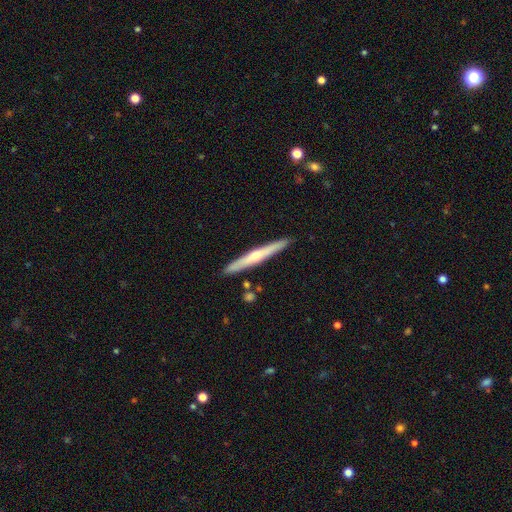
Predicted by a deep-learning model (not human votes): Smooth or featured? featured or disk (59%)
Edge-on disk? yes (97%)
Edge-on bulge? rounded (75%)
Merging? none (90%)